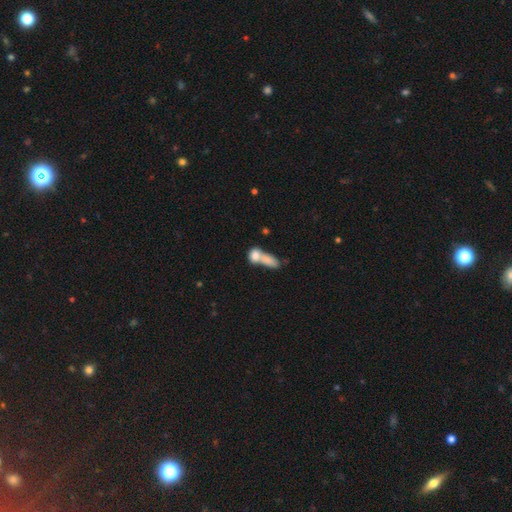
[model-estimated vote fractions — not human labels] smooth_or_featured: smooth (p=0.77) [alt: featured or disk p=0.15]
how_rounded: in between (p=0.66) [alt: round p=0.24]
merging: merger (p=0.70) [alt: none p=0.19]